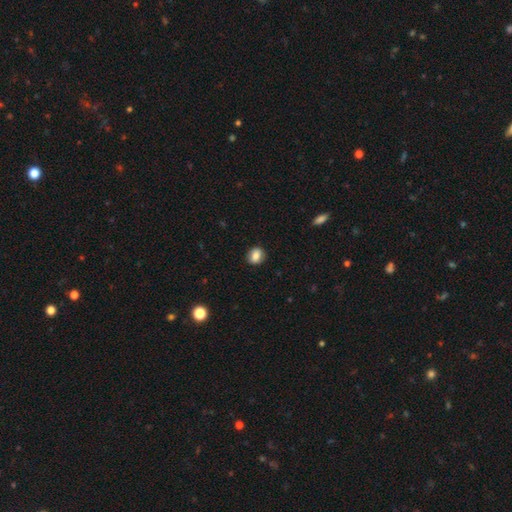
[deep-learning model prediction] Morphology: type=smooth (80%); roundness=round (62%); merging=none (88%).